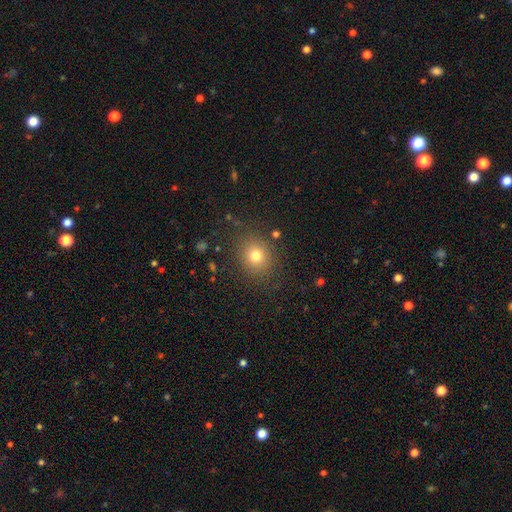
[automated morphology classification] smooth_or_featured: smooth (p=0.76) [alt: star or artifact p=0.15]
how_rounded: round (p=0.74) [alt: in between p=0.26]
merging: none (p=0.84) [alt: minor disturbance p=0.10]